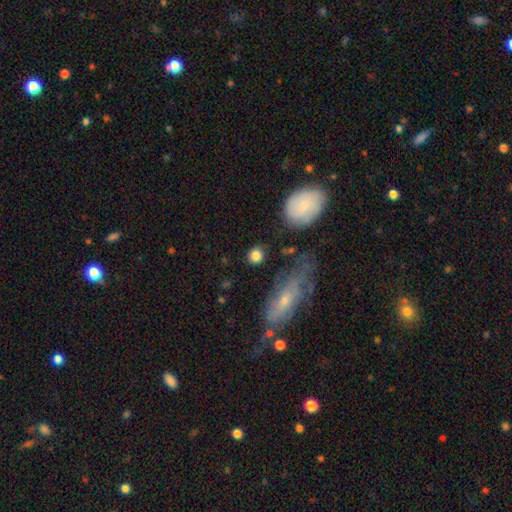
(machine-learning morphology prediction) A smooth galaxy with no disk features (83%) that is round (81%). Merging: none (82%).